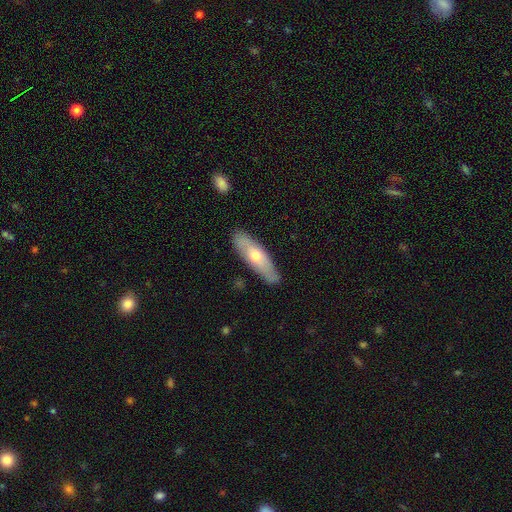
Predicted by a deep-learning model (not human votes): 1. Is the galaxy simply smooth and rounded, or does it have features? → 51% smooth, 43% featured or disk, 6% star or artifact.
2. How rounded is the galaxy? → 56% cigar-shaped, 42% in between, 2% round.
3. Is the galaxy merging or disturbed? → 83% none, 13% minor disturbance, 2% major disturbance, 2% merger.